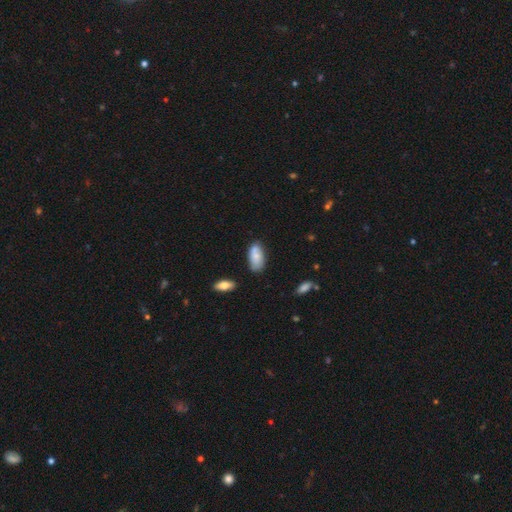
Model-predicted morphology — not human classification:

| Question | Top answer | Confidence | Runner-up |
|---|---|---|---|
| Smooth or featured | smooth | 74% | featured or disk (19%) |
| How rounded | in between | 91% | cigar-shaped (6%) |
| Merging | none | 64% | minor disturbance (24%) |